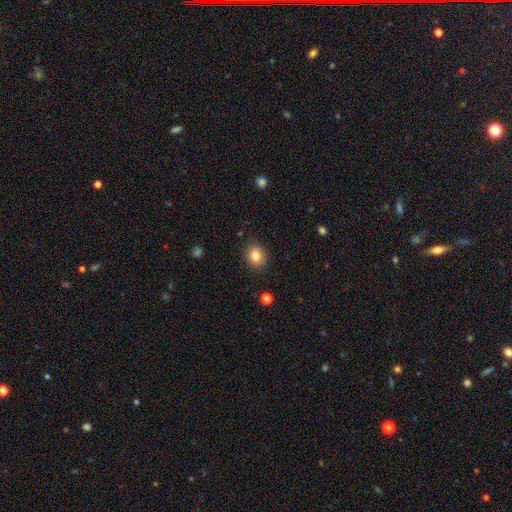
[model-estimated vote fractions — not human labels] Smooth or featured? Predicted: smooth (p=0.84). How rounded? Predicted: round (p=0.68). Merging? Predicted: none (p=0.88).